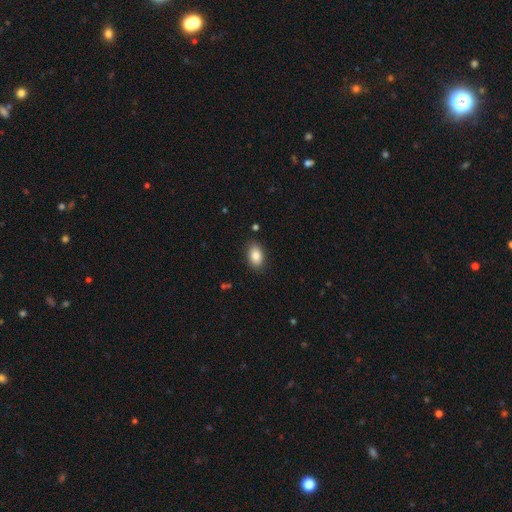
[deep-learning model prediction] Smooth or featured? smooth (86%)
How rounded? in between (88%)
Merging? none (86%)